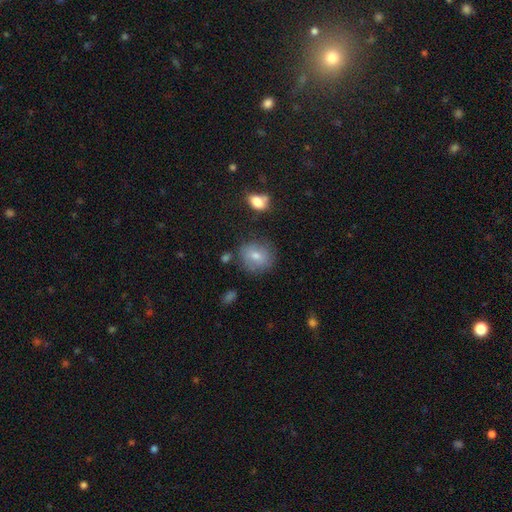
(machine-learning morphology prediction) Smooth or featured? Predicted: smooth (p=0.66). How rounded? Predicted: round (p=0.75). Merging? Predicted: none (p=0.77).